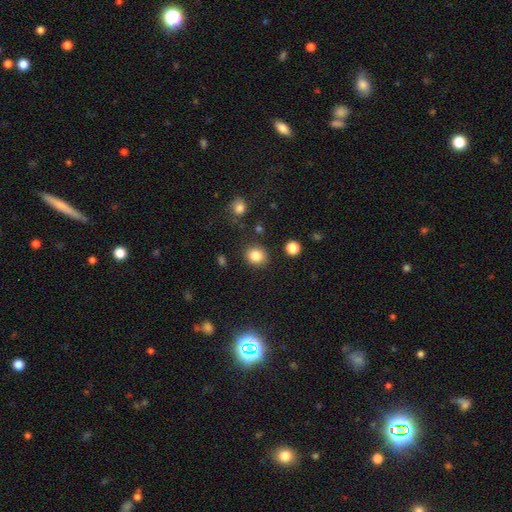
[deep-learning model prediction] Smooth or featured: smooth — 84% (star or artifact — 11%)
How rounded: round — 75% (in between — 24%)
Merging: none — 86% (minor disturbance — 8%)